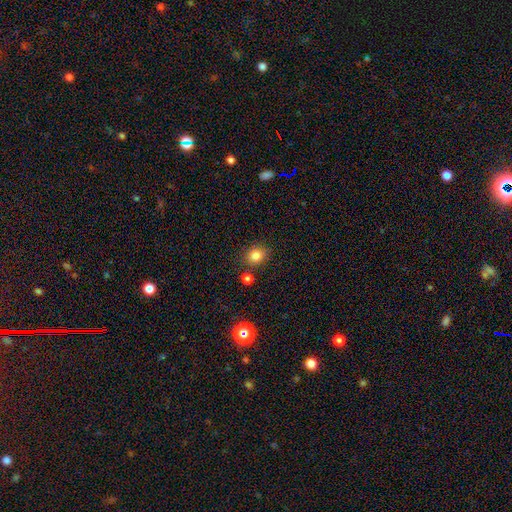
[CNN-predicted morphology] type=smooth (82%); roundness=round (65%); merging=none (79%).